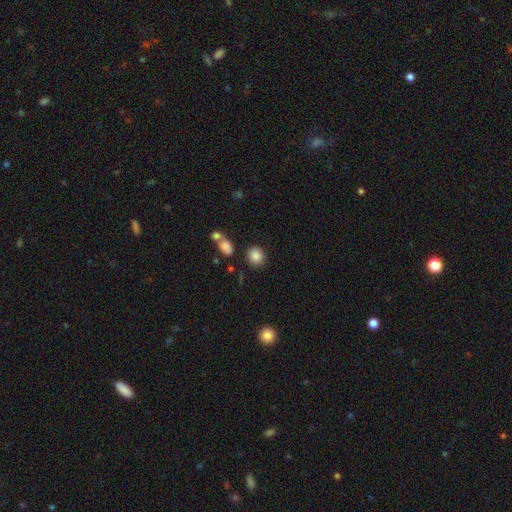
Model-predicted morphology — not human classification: This is clearly a smooth galaxy (86%). How rounded: likely round (78%). Merging: clearly none (82%).